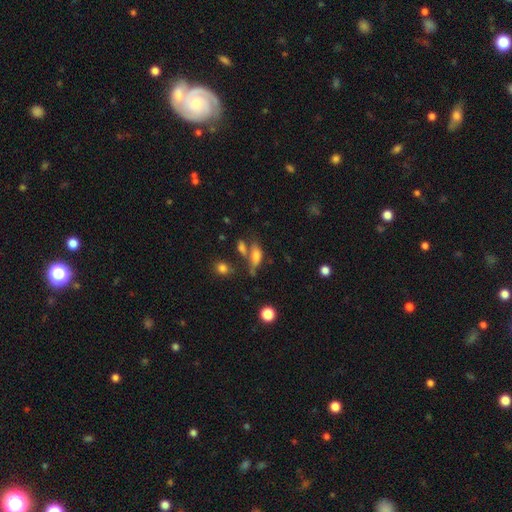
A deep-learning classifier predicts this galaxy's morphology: Smooth or featured? smooth (65%)
How rounded? in between (67%)
Merging? none (45%)